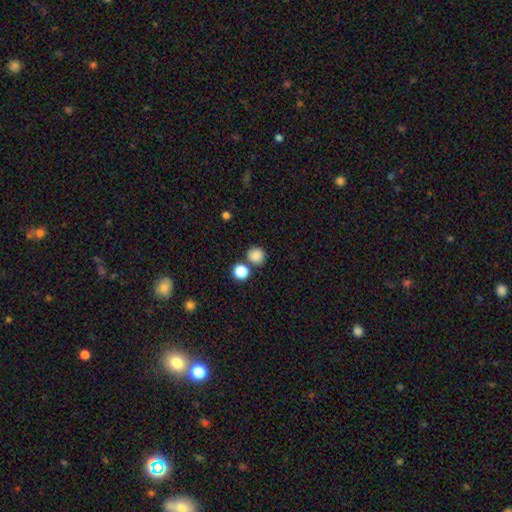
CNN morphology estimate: Smooth or featured? smooth (84%)
How rounded? round (89%)
Merging? none (72%)